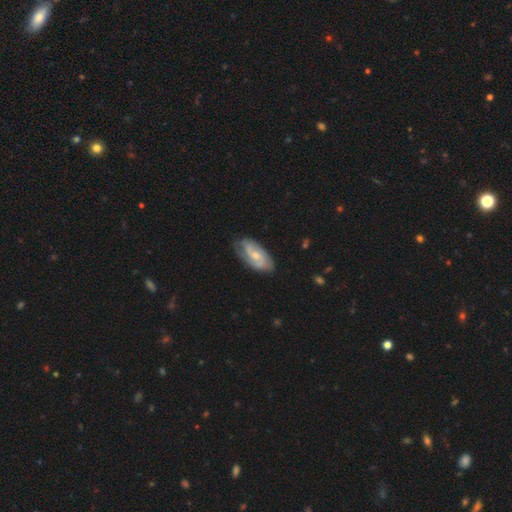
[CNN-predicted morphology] Q: Smooth or featured?
A: featured or disk (65%); runner-up: smooth (30%)
Q: Edge-on disk?
A: no (94%); runner-up: yes (6%)
Q: Bar?
A: no (51%); runner-up: weak (40%)
Q: Spiral arms?
A: yes (86%); runner-up: no (14%)
Q: Spiral winding?
A: medium (41%); runner-up: tight (37%)
Q: Spiral arm count?
A: 2 (62%); runner-up: can't tell (24%)
Q: Bulge size?
A: moderate (47%); runner-up: small (46%)
Q: Merging?
A: none (70%); runner-up: minor disturbance (22%)